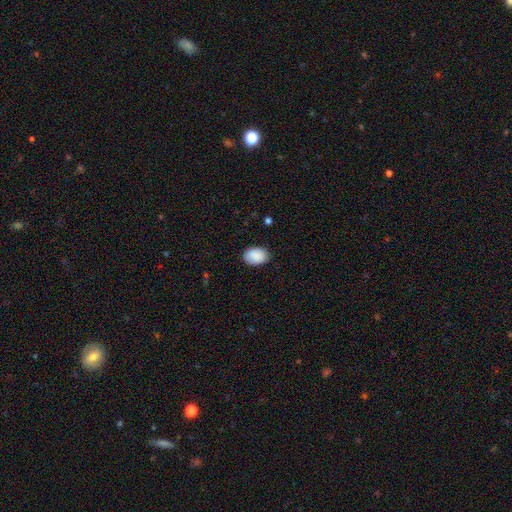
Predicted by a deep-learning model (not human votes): Q: Smooth or featured?
A: smooth (90%); runner-up: star or artifact (6%)
Q: How rounded?
A: in between (84%); runner-up: round (15%)
Q: Merging?
A: none (85%); runner-up: minor disturbance (11%)